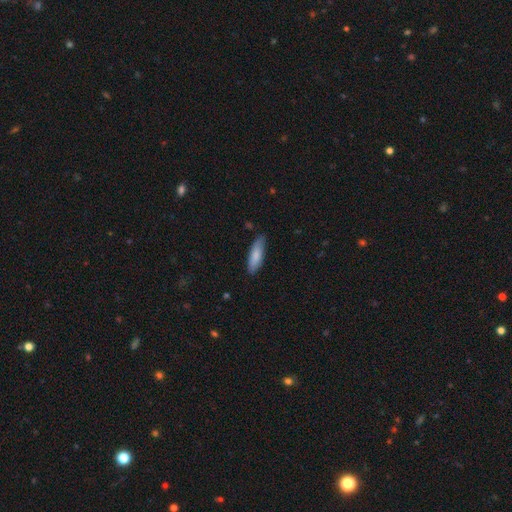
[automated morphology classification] type=smooth (82%); roundness=cigar-shaped (51%); merging=none (82%).